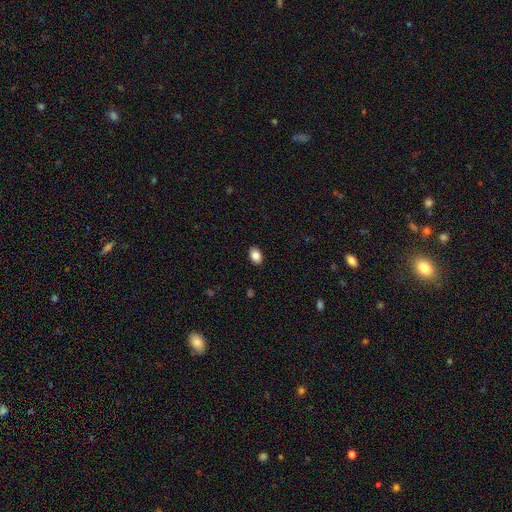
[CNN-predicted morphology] smooth-or-featured: smooth: 85% | star or artifact: 8% | featured or disk: 6%
  how-rounded: in between: 84% | round: 15% | cigar-shaped: 1%
  merging: none: 89% | minor disturbance: 8% | major disturbance: 2% | merger: 1%